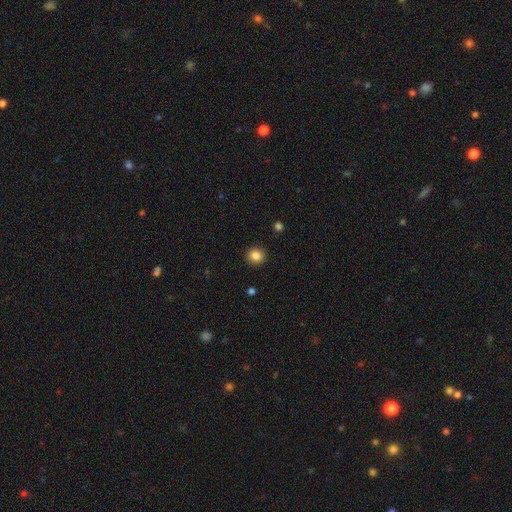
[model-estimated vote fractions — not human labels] Smooth or featured? smooth (86%)
How rounded? round (89%)
Merging? none (92%)